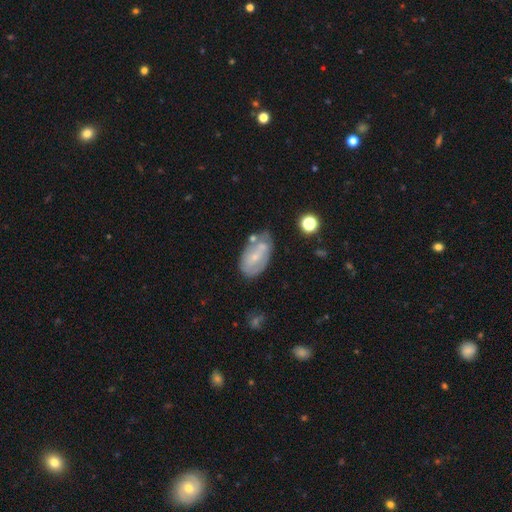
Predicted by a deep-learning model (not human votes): This appears to be a featured or disk galaxy (56%) with no bar (45%), no spiral arms (50%, tied with yes) and a small central bulge (72%). Merging: none (50%).